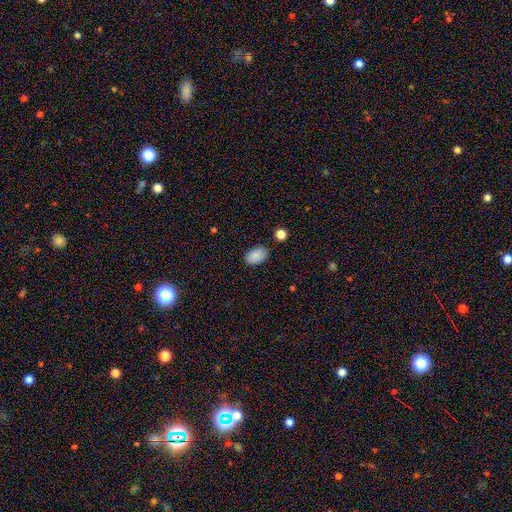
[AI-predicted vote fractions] Smooth or featured? Predicted: smooth (p=0.88). How rounded? Predicted: in between (p=0.93). Merging? Predicted: none (p=0.85).